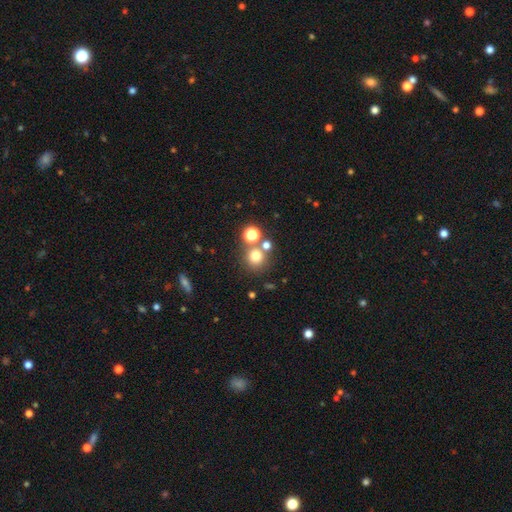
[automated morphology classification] Smooth or featured: smooth — 73% (star or artifact — 18%)
How rounded: round — 91% (in between — 8%)
Merging: none — 68% (merger — 20%)